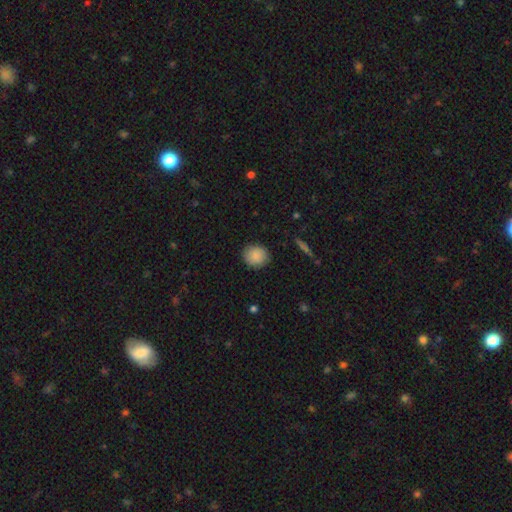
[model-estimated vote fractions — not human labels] Smooth or featured? Predicted: smooth (p=0.89). How rounded? Predicted: round (p=0.81). Merging? Predicted: none (p=0.88).